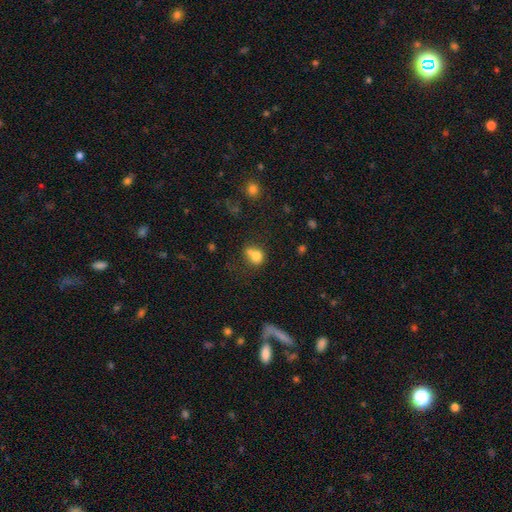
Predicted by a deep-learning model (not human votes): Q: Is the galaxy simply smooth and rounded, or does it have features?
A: smooth — 75%.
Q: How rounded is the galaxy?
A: round — 66%.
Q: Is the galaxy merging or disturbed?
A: merger — 46%.